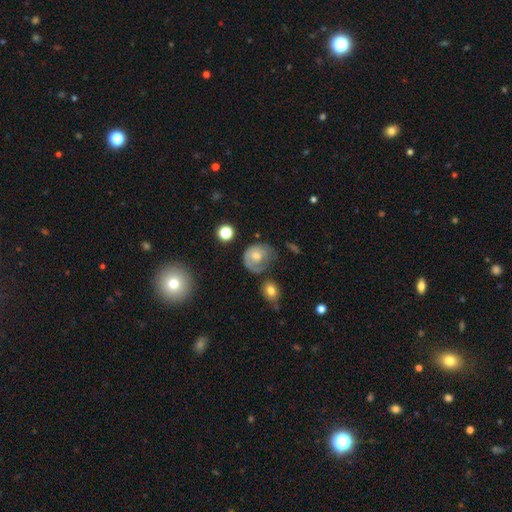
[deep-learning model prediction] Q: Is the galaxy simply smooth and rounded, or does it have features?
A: smooth — 52%.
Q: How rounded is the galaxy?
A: round — 63%.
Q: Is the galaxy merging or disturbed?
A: none — 36%.